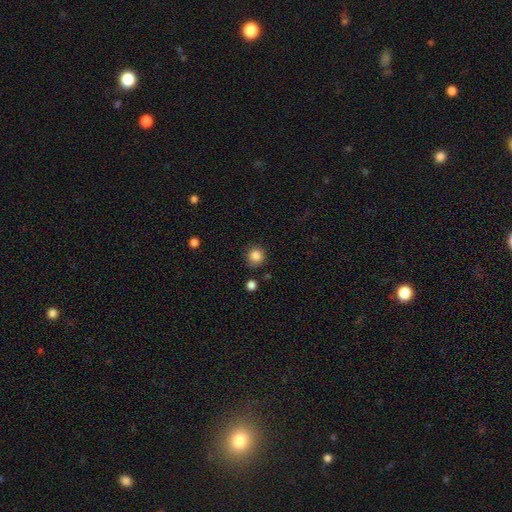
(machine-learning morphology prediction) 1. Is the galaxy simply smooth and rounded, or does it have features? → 86% smooth, 11% star or artifact, 4% featured or disk.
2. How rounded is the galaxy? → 94% round, 6% in between, 1% cigar-shaped.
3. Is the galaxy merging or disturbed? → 86% none, 8% minor disturbance, 3% merger, 3% major disturbance.